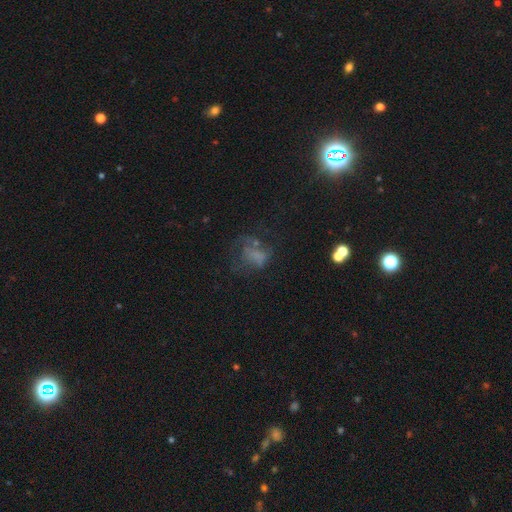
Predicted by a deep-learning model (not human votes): Smooth or featured? Predicted: smooth (p=0.40). Merging? Predicted: major disturbance (p=0.40).